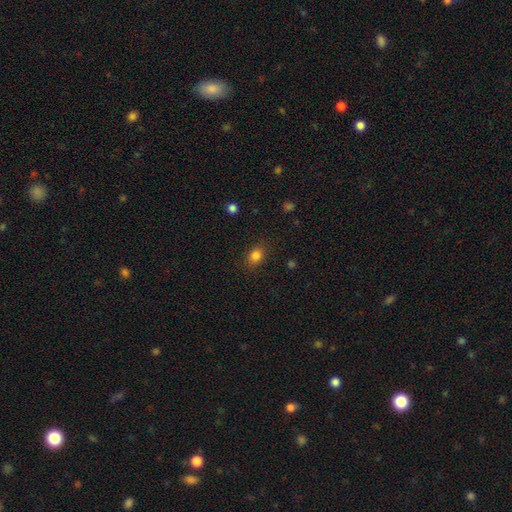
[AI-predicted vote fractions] Q: Smooth or featured?
A: smooth (83%); runner-up: star or artifact (11%)
Q: How rounded?
A: in between (57%); runner-up: round (42%)
Q: Merging?
A: none (84%); runner-up: minor disturbance (11%)